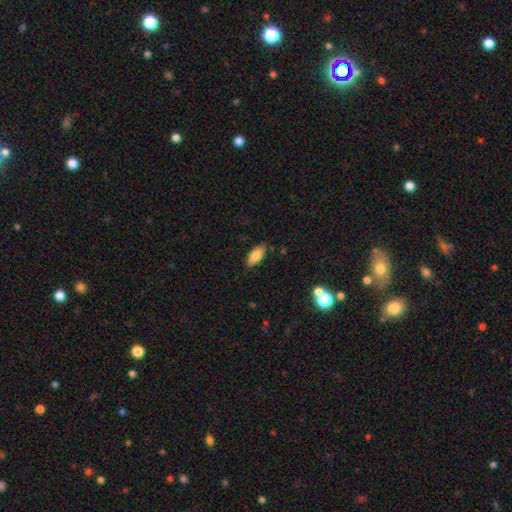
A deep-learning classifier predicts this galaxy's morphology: A smooth galaxy with no disk features (83%) that is in between round and cigar-shaped (88%). Merging: none (83%).